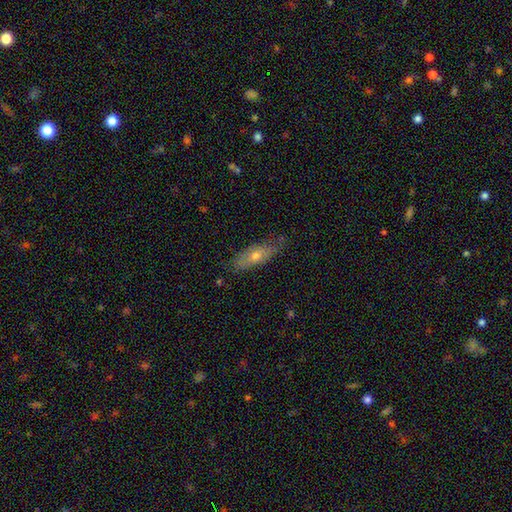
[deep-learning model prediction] Q: Smooth or featured?
A: smooth (58%); runner-up: featured or disk (35%)
Q: How rounded?
A: in between (61%); runner-up: cigar-shaped (36%)
Q: Merging?
A: none (72%); runner-up: minor disturbance (22%)